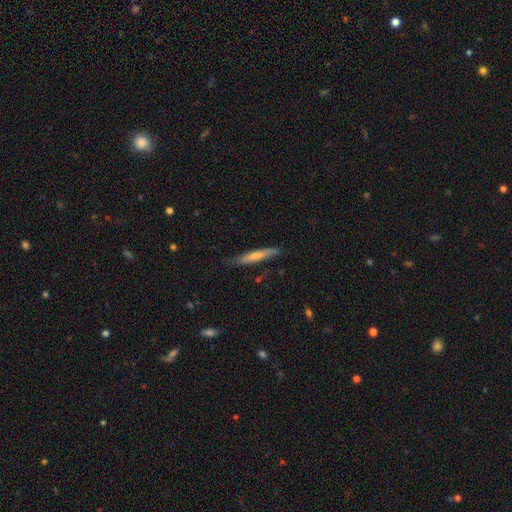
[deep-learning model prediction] smooth_or_featured: smooth (p=0.48) [alt: featured or disk p=0.45]
merging: none (p=0.81) [alt: minor disturbance p=0.15]